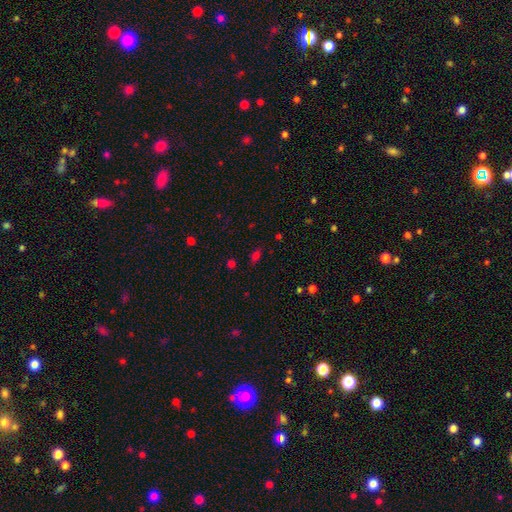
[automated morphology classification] A smooth galaxy with no disk features (64%) that is in between round and cigar-shaped (82%).

Vote fractions:
- Smooth or featured? smooth: 64% / star or artifact: 30% / featured or disk: 7%
- How rounded? in between: 82% / round: 11% / cigar-shaped: 7%
- Merging? none: 78% / minor disturbance: 14% / major disturbance: 5% / merger: 3%